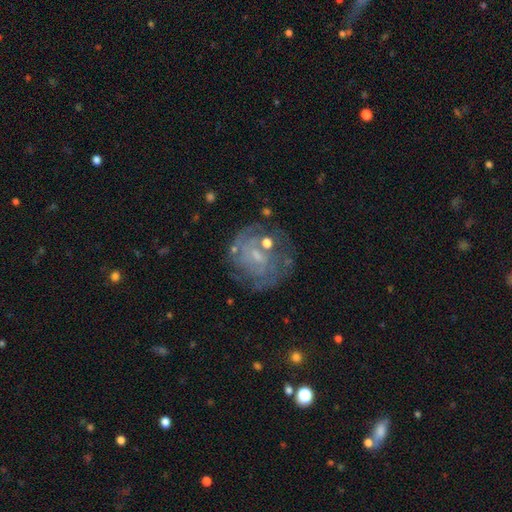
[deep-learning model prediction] smooth-or-featured: featured or disk: 72% | smooth: 17% | star or artifact: 11%
  disk-edge-on: no: 98% | yes: 2%
    bar: no: 52% | weak: 40% | strong: 8%
    has-spiral-arms: yes: 76% | no: 24%
      spiral-winding: tight: 60% | medium: 29% | loose: 11%
      spiral-arm-count: can't tell: 50% | 2: 20% | 3: 13% | 4: 7% | 1: 6% | more than 4: 5%
    bulge-size: small: 56% | moderate: 23% | none: 18% | large: 2% | dominant: 1%
  merging: none: 66% | minor disturbance: 17% | major disturbance: 12% | merger: 5%